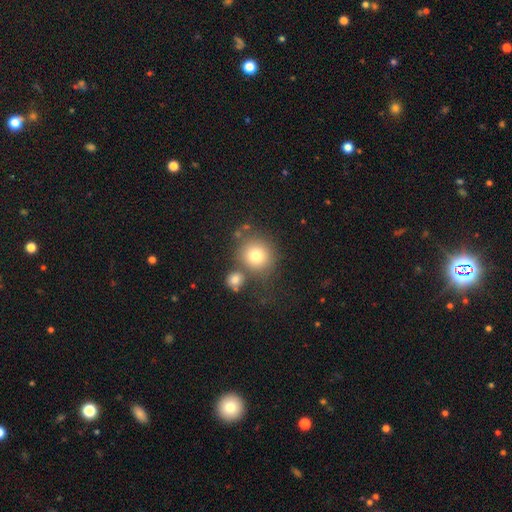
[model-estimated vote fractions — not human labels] This is likely a smooth galaxy (77%). How rounded: clearly round (89%). Merging: likely none (64%).